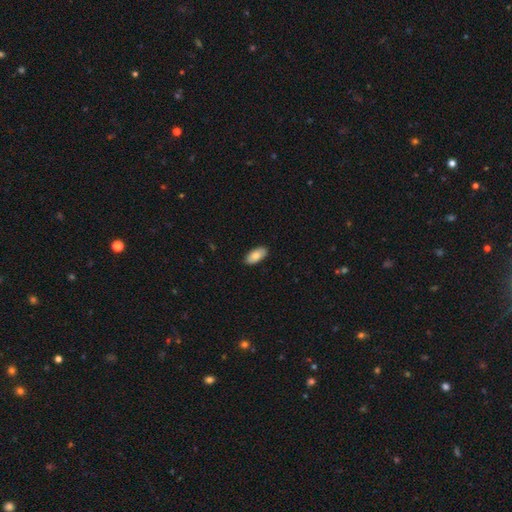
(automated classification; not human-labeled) smooth-or-featured: smooth: 81% | featured or disk: 13% | star or artifact: 6%
  how-rounded: in between: 93% | cigar-shaped: 5% | round: 2%
  merging: none: 89% | minor disturbance: 8% | major disturbance: 2% | merger: 1%